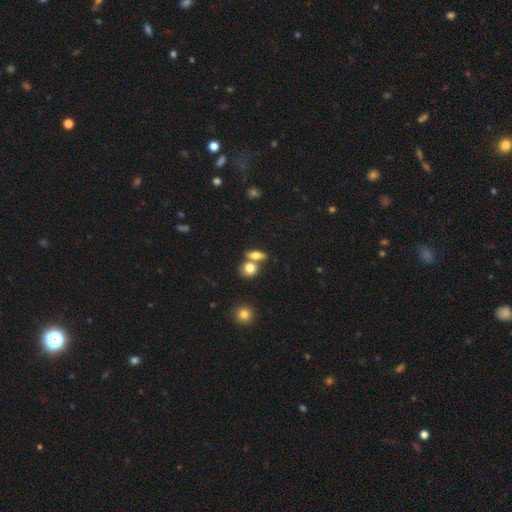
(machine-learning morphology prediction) Smooth or featured? Predicted: smooth (p=0.65). How rounded? Predicted: in between (p=0.59). Merging? Predicted: none (p=0.51).